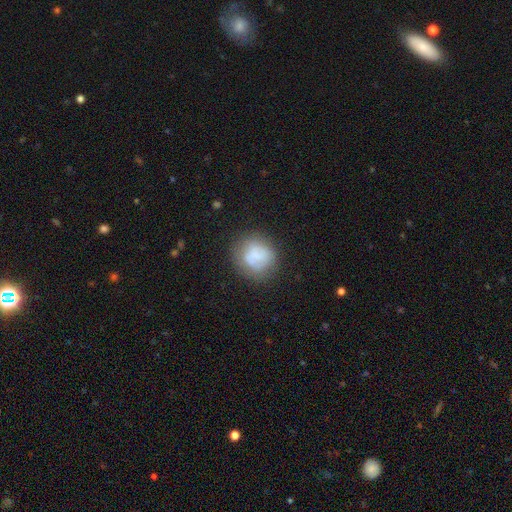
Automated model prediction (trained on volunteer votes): A smooth galaxy with no disk features (65%) that is round (85%). Merging: none (63%).